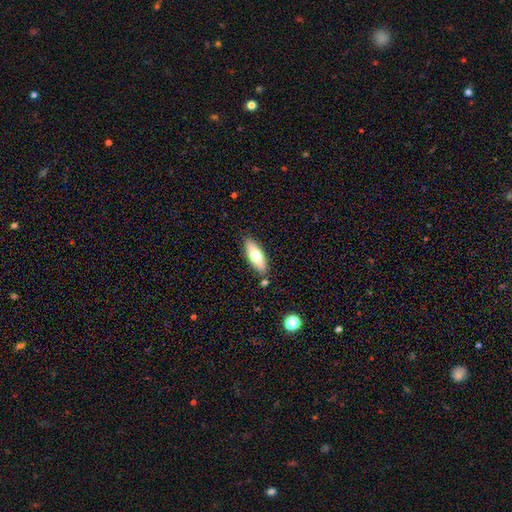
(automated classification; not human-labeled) Q: Smooth or featured?
A: smooth (61%); runner-up: featured or disk (33%)
Q: How rounded?
A: in between (60%); runner-up: cigar-shaped (37%)
Q: Merging?
A: none (83%); runner-up: minor disturbance (10%)